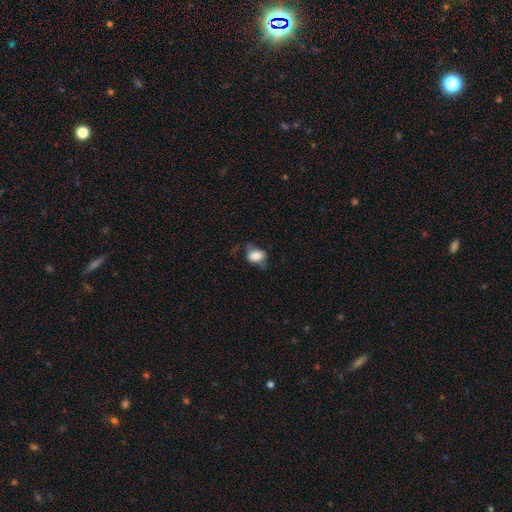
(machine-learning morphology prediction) This is likely a smooth galaxy (75%). How rounded: likely in between (65%). Merging: possibly none (46%).